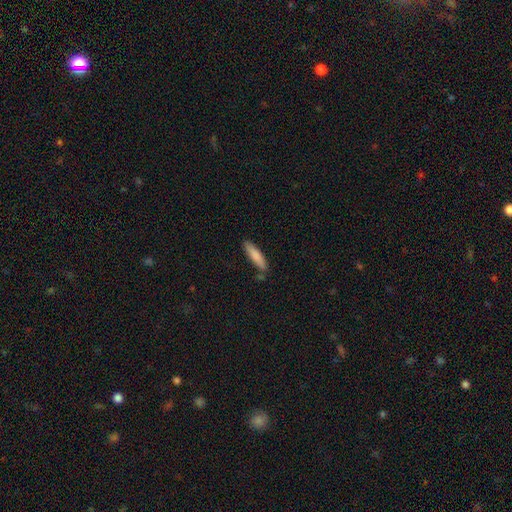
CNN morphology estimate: smooth_or_featured: smooth (p=0.83) [alt: featured or disk p=0.12]
how_rounded: cigar-shaped (p=0.79) [alt: in between p=0.20]
merging: none (p=0.80) [alt: minor disturbance p=0.14]